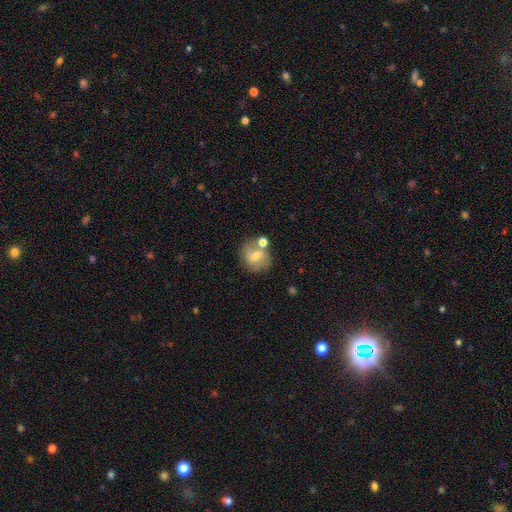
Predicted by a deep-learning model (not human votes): Smooth or featured? Predicted: smooth (p=0.52). How rounded? Predicted: round (p=0.74). Merging? Predicted: none (p=0.59).